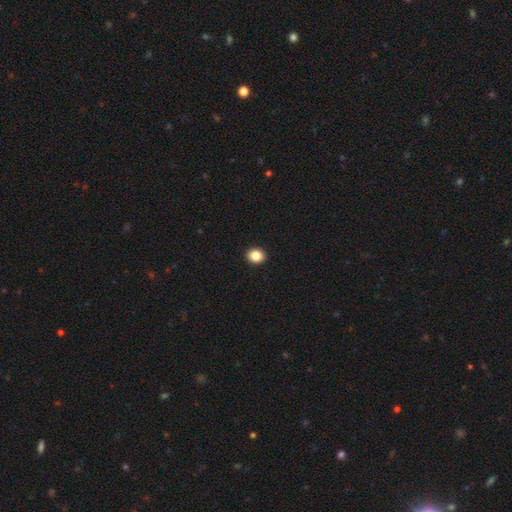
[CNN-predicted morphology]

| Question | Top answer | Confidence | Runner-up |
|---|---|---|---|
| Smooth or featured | smooth | 86% | star or artifact (10%) |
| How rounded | round | 66% | in between (33%) |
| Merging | none | 93% | minor disturbance (5%) |